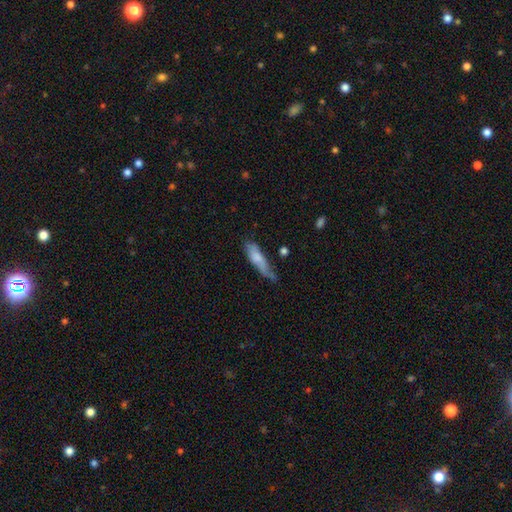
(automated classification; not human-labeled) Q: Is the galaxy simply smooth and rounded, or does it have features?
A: smooth — 69%.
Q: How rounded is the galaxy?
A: cigar-shaped — 70%.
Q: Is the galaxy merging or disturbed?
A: none — 48%.